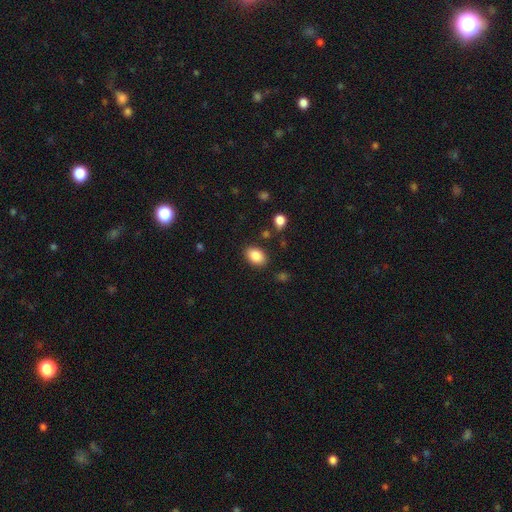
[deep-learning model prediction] Smooth or featured? Predicted: smooth (p=0.87). How rounded? Predicted: in between (p=0.83). Merging? Predicted: none (p=0.85).